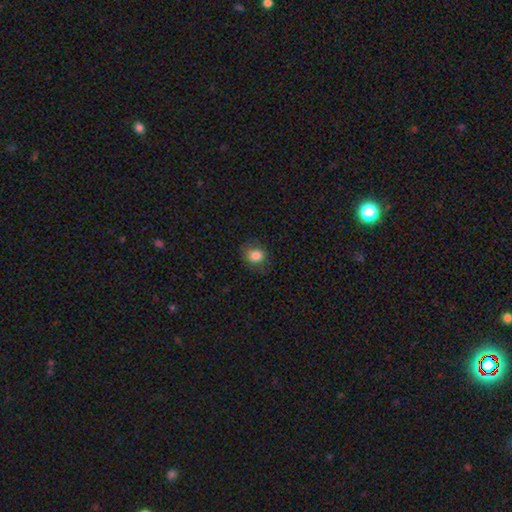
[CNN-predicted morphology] smooth-or-featured: smooth: 84% | star or artifact: 10% | featured or disk: 6%
  how-rounded: round: 59% | in between: 40% | cigar-shaped: 1%
  merging: none: 79% | minor disturbance: 15% | major disturbance: 5% | merger: 1%